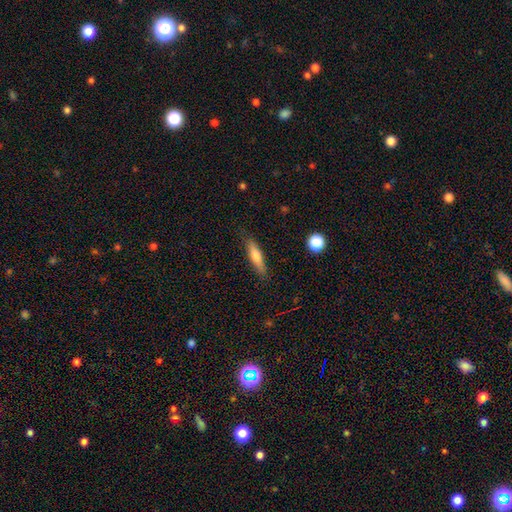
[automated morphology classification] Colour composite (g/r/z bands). It shows a smooth galaxy with no disk features (66%) that is cigar-shaped (75%). Merging: none (84%).